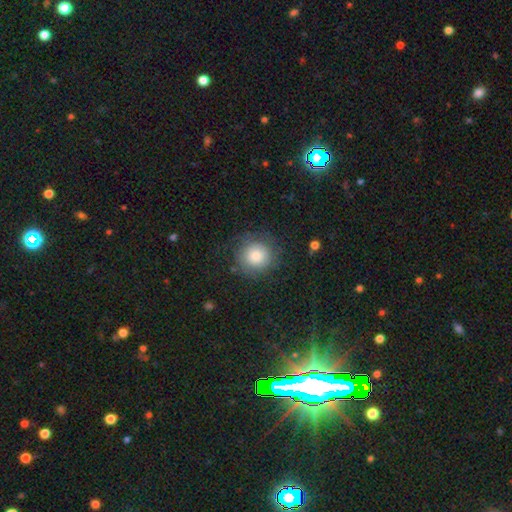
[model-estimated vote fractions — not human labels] Smooth or featured? Predicted: smooth (p=0.68). How rounded? Predicted: round (p=0.91). Merging? Predicted: none (p=0.74).